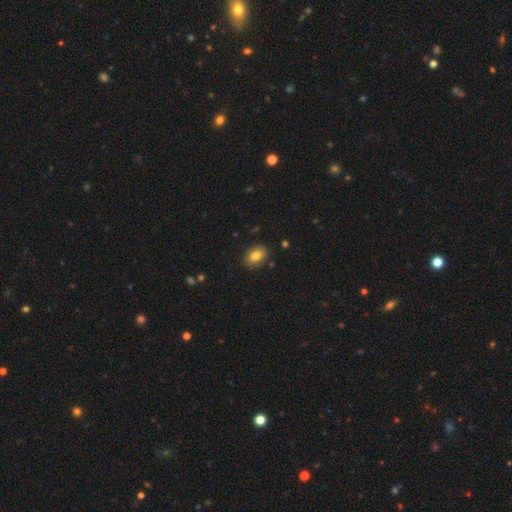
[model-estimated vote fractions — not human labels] This appears to be a smooth galaxy with no disk features (82%) that is in between round and cigar-shaped (82%). Merging: none (87%).